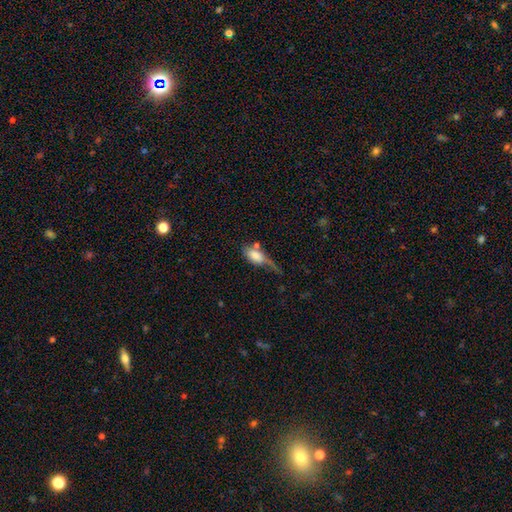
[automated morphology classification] Smooth or featured: smooth — 69% (featured or disk — 23%)
How rounded: in between — 83% (cigar-shaped — 10%)
Merging: major disturbance — 32% (none — 26%)